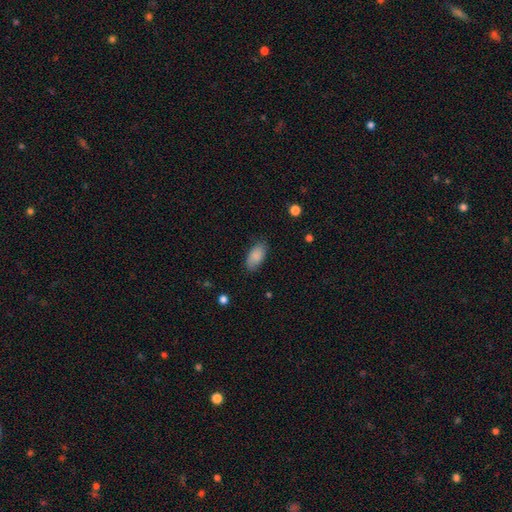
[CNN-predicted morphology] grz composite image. It shows a smooth galaxy with no disk features (88%) that is in between round and cigar-shaped (93%). Merging: none (81%).